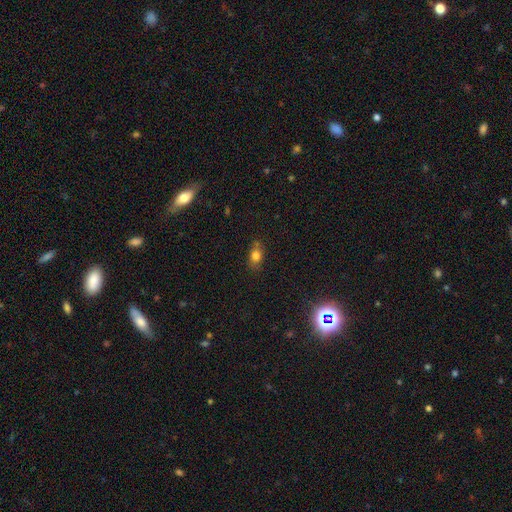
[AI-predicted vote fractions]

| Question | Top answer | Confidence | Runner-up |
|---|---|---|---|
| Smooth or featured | smooth | 77% | star or artifact (13%) |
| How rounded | in between | 67% | round (30%) |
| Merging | none | 70% | minor disturbance (20%) |